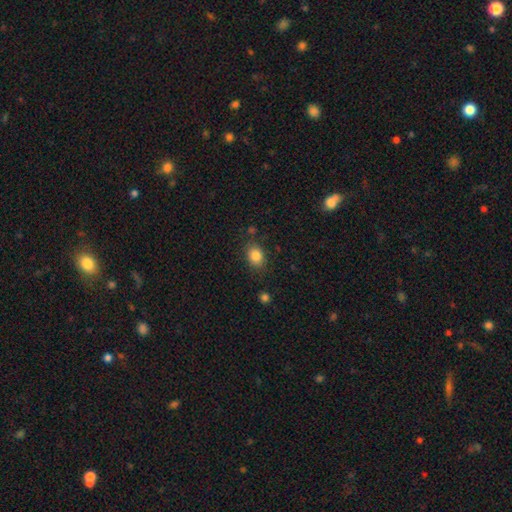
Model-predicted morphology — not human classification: Q: Smooth or featured?
A: smooth (84%); runner-up: star or artifact (10%)
Q: How rounded?
A: in between (66%); runner-up: round (33%)
Q: Merging?
A: none (81%); runner-up: minor disturbance (13%)